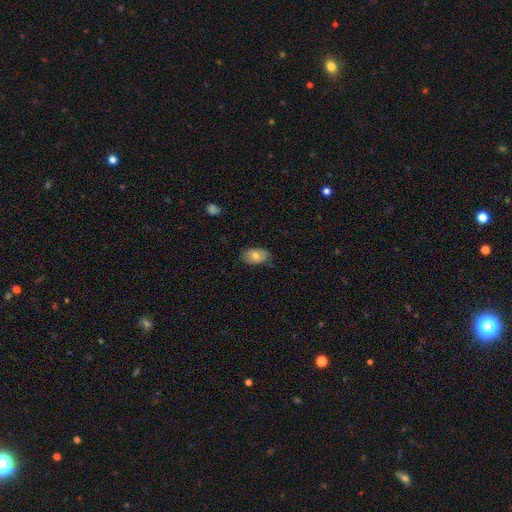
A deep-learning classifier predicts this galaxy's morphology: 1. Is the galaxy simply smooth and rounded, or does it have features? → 65% smooth, 28% featured or disk, 7% star or artifact.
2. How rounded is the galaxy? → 89% in between, 9% round, 1% cigar-shaped.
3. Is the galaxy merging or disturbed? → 77% none, 18% minor disturbance, 3% major disturbance, 1% merger.